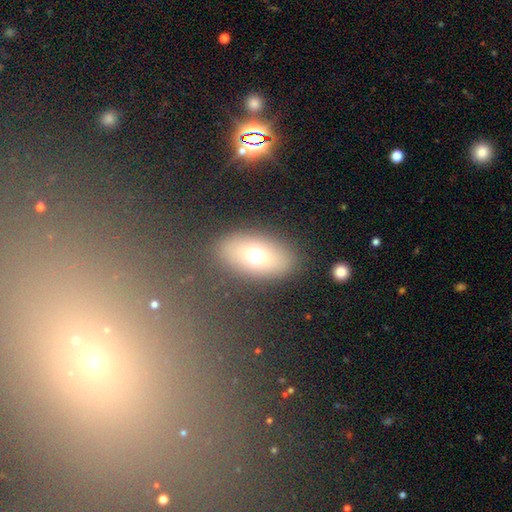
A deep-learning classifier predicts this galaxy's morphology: Smooth or featured? smooth (66%)
How rounded? in between (80%)
Merging? none (81%)